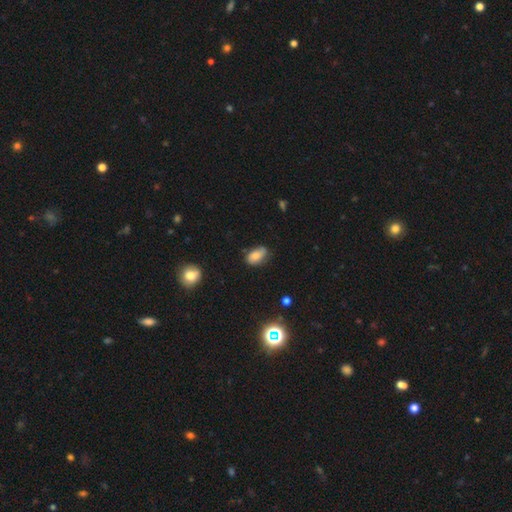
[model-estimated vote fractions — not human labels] This is likely a smooth galaxy (73%). How rounded: clearly in between (89%). Merging: possibly none (60%).